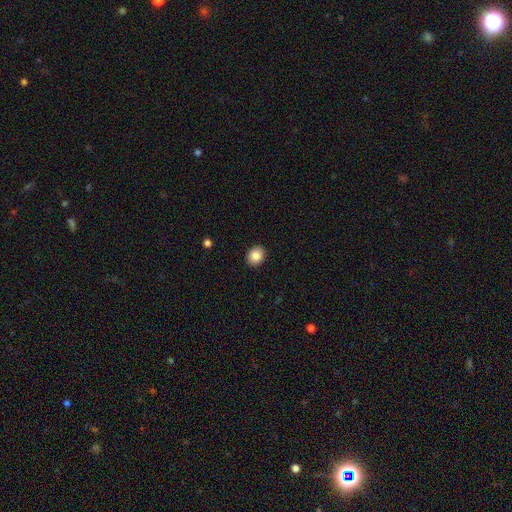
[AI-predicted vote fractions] Smooth or featured? smooth (87%)
How rounded? round (58%)
Merging? none (91%)